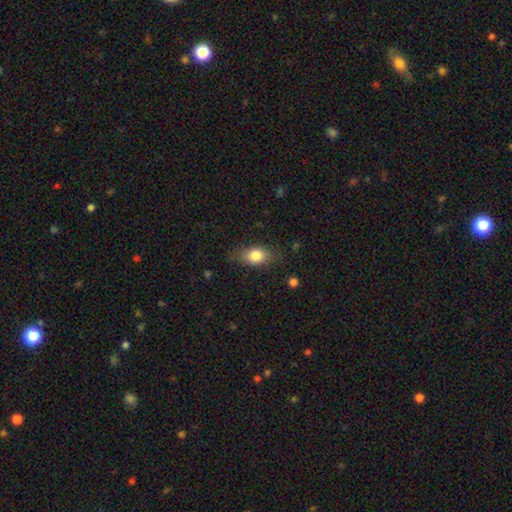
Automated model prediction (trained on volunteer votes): Smooth or featured? Predicted: smooth (p=0.82). How rounded? Predicted: in between (p=0.83). Merging? Predicted: none (p=0.77).